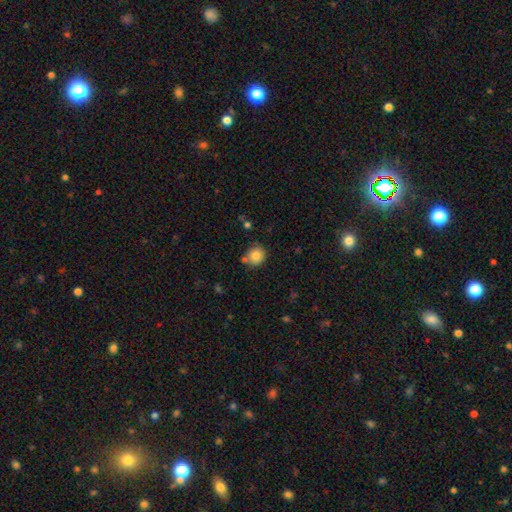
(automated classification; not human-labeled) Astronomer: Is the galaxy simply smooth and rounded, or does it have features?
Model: smooth — 83%.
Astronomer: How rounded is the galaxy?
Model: round — 89%.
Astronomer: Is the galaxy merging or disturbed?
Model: none — 73%.